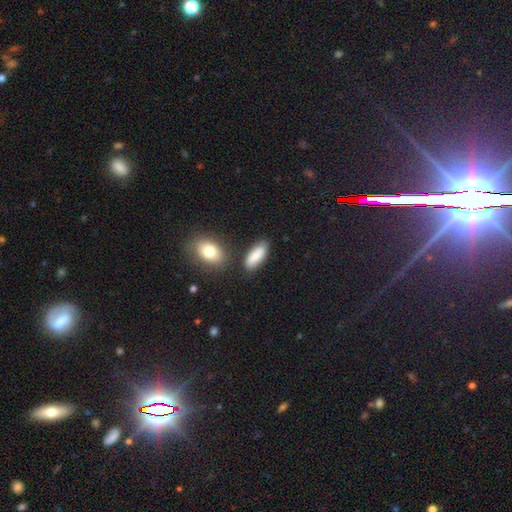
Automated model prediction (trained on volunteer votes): Q: Smooth or featured?
A: smooth (85%); runner-up: featured or disk (9%)
Q: How rounded?
A: in between (72%); runner-up: cigar-shaped (25%)
Q: Merging?
A: none (78%); runner-up: minor disturbance (12%)